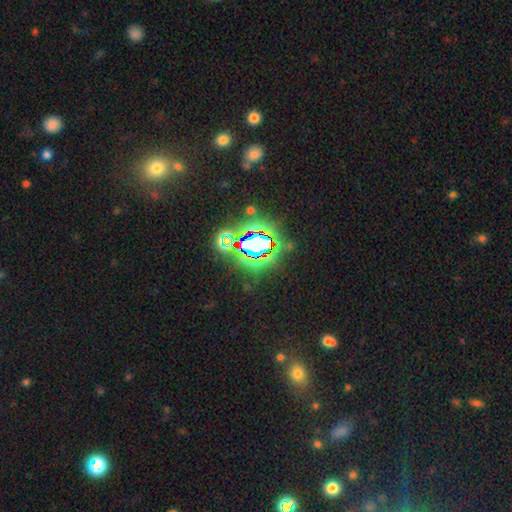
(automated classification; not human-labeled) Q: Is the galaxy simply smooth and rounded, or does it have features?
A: star or artifact — 79%.